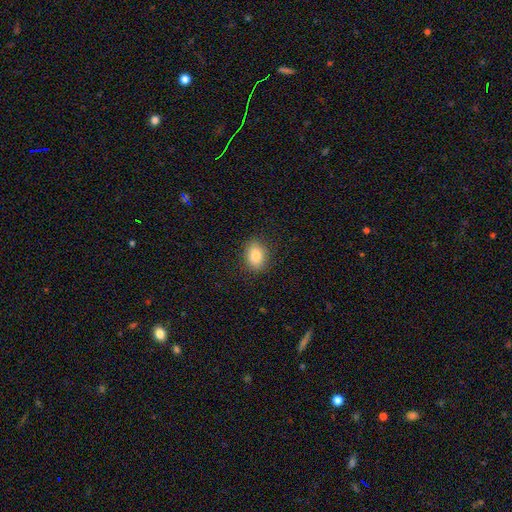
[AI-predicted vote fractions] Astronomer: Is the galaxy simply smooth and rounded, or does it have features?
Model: smooth — 85%.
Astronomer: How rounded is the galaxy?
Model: in between — 71%.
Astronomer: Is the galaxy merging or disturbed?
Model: none — 87%.